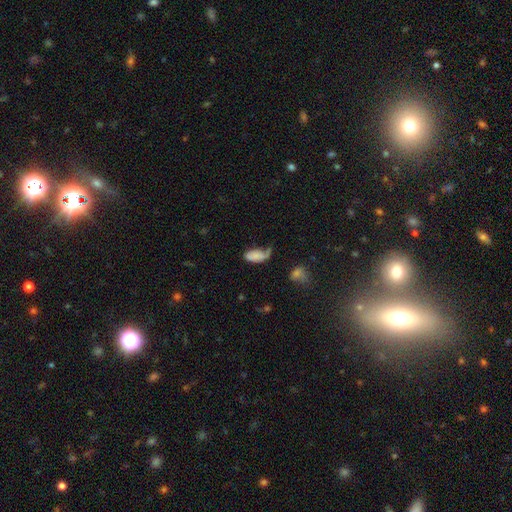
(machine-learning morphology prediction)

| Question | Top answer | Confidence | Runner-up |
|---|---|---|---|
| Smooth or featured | smooth | 75% | featured or disk (16%) |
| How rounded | in between | 91% | cigar-shaped (5%) |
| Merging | none | 33% | major disturbance (29%) |